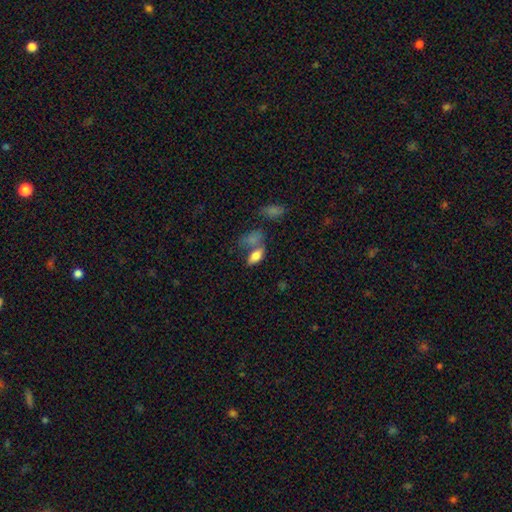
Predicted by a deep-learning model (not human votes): A smooth galaxy with no disk features (77%) that is in between round and cigar-shaped (85%). Merging: none (41%).